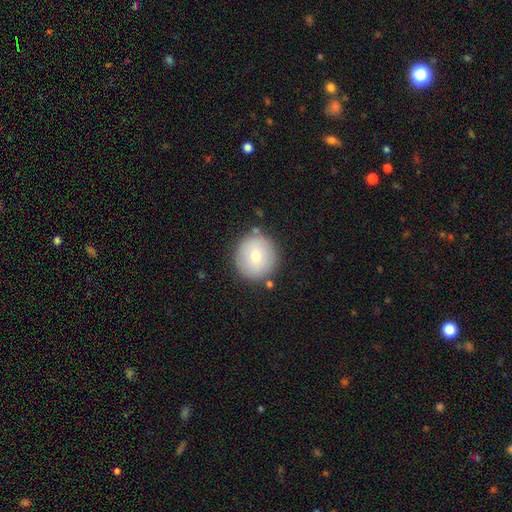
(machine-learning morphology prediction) Overall: smooth (67%). How rounded: round (93%). Merging: none (83%).